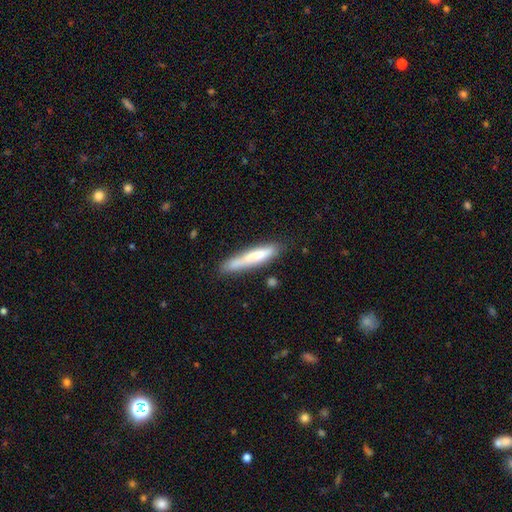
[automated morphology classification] Smooth or featured? smooth (65%)
How rounded? cigar-shaped (92%)
Merging? none (75%)